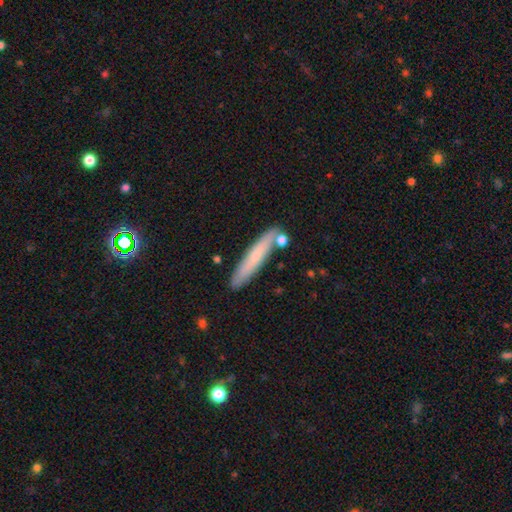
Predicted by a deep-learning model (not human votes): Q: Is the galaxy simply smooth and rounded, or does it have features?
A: smooth — 60%.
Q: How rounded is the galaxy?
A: cigar-shaped — 93%.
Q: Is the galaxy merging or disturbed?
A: none — 83%.